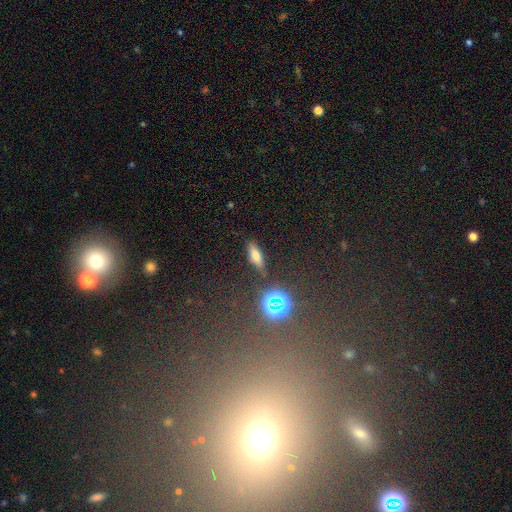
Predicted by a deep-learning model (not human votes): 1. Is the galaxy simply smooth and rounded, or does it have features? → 63% smooth, 19% star or artifact, 18% featured or disk.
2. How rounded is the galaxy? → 51% cigar-shaped, 43% in between, 6% round.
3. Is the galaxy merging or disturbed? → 83% none, 11% minor disturbance, 3% major disturbance, 2% merger.